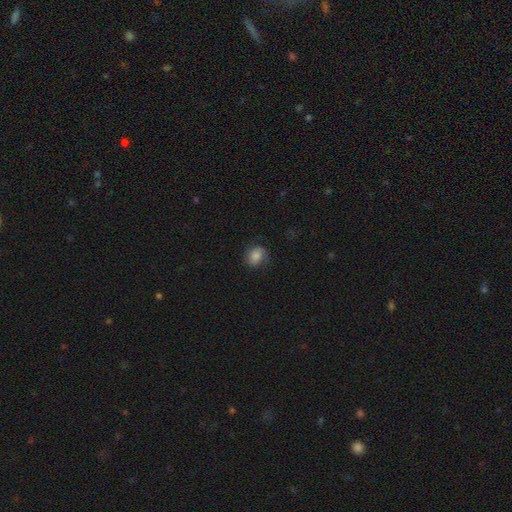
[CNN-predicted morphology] A smooth galaxy with no disk features (71%) that is round (53%).

Vote fractions:
- Smooth or featured? smooth: 71% / featured or disk: 20% / star or artifact: 9%
- How rounded? round: 53% / in between: 46% / cigar-shaped: 1%
- Merging? none: 69% / minor disturbance: 21% / major disturbance: 8% / merger: 1%